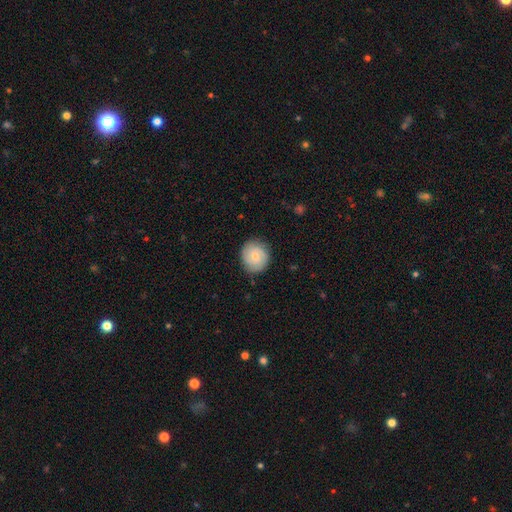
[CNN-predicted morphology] Smooth or featured? Predicted: smooth (p=0.47). Merging? Predicted: none (p=0.83).